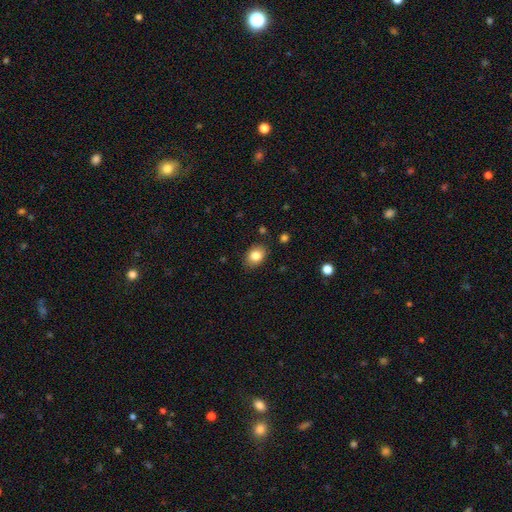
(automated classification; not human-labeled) Smooth or featured? Predicted: smooth (p=0.83). How rounded? Predicted: in between (p=0.69). Merging? Predicted: none (p=0.85).